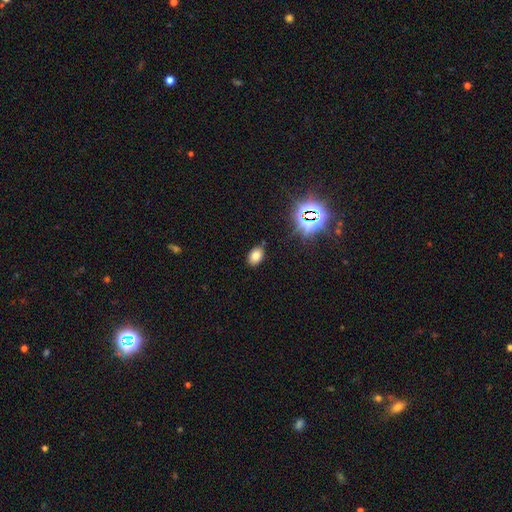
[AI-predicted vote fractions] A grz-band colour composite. It shows a smooth galaxy with no disk features (75%) that is in between round and cigar-shaped (83%). Merging: none (85%).